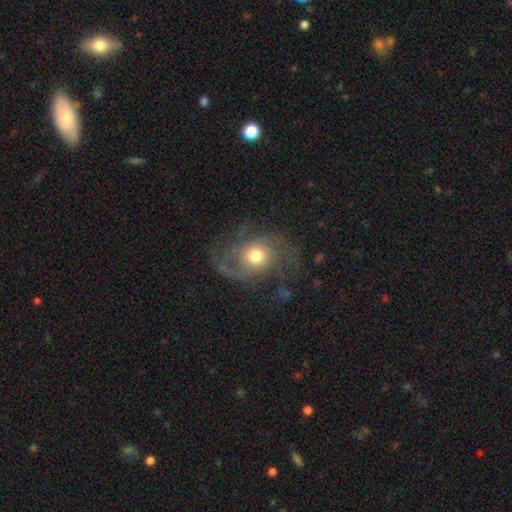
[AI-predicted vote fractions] The model was most divided on "spiral winding": medium: 44%, loose: 33%, tight: 23%. Remaining: edge-on disk — no (97%); spiral arms — yes (87%); bar — no (79%); smooth or featured — featured or disk (74%); bulge size — moderate (66%); merging — none (54%); spiral arm count — 2 (40%).